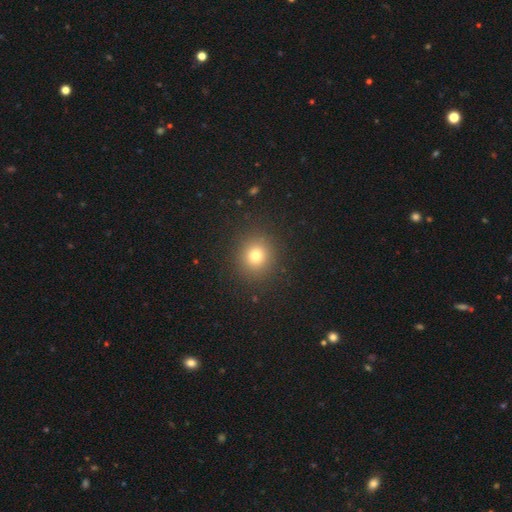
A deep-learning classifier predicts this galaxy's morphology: This is likely a smooth galaxy (76%). How rounded: clearly round (91%). Merging: clearly none (90%).